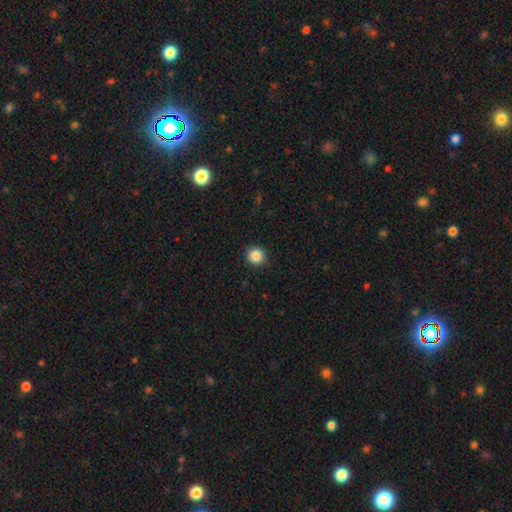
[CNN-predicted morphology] Smooth or featured? Predicted: smooth (p=0.87). How rounded? Predicted: round (p=0.93). Merging? Predicted: none (p=0.92).